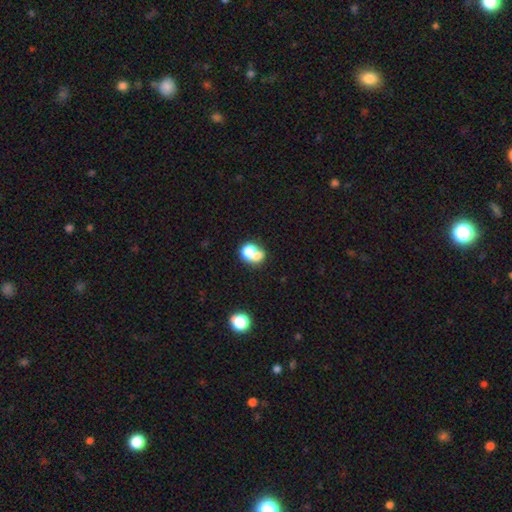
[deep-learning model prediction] Overall: smooth (69%). How rounded: round (59%; in between 40%). Merging: merger (55%; none 28%).